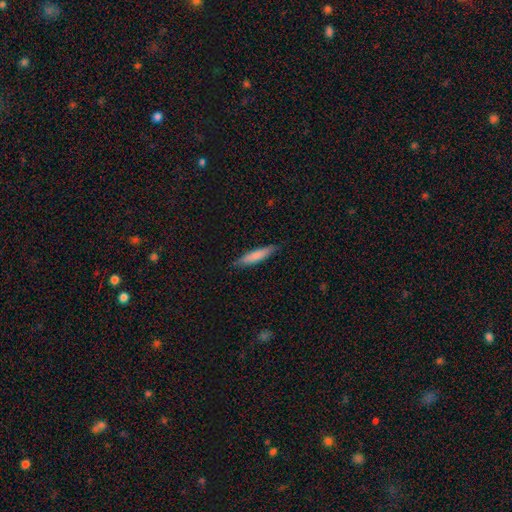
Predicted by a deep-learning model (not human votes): This appears to be a smooth galaxy with no disk features (78%) that is cigar-shaped (85%). Merging: none (86%).